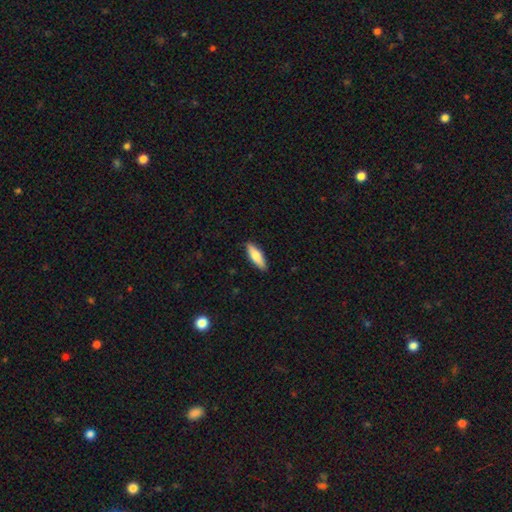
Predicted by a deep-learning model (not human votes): A smooth galaxy with no disk features (75%) that is in between round and cigar-shaped (54%).

Vote fractions:
- Smooth or featured? smooth: 75% / featured or disk: 20% / star or artifact: 6%
- How rounded? in between: 54% / cigar-shaped: 44% / round: 2%
- Merging? none: 88% / minor disturbance: 9% / major disturbance: 2% / merger: 1%